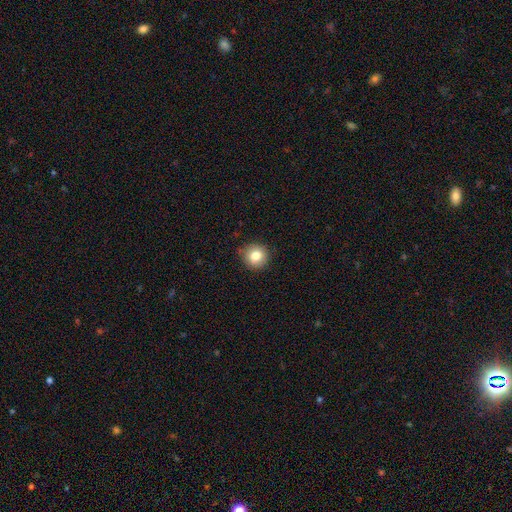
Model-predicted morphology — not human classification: The model was most divided on "smooth or featured": smooth: 82%, star or artifact: 10%, featured or disk: 8%. More confident: how rounded — round (94%); merging — none (89%).